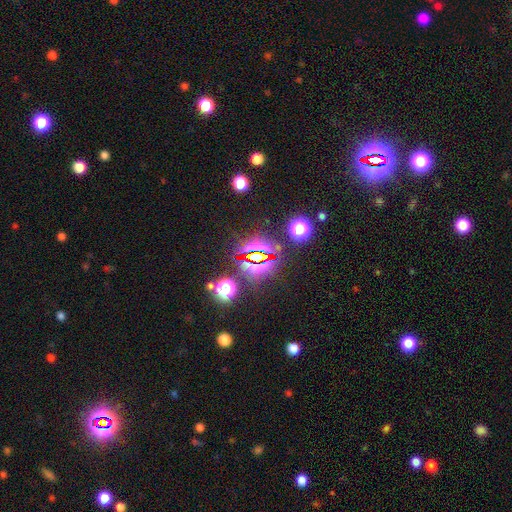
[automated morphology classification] Smooth or featured?
  - star or artifact: 78% *
  - smooth: 13%
  - featured or disk: 9%